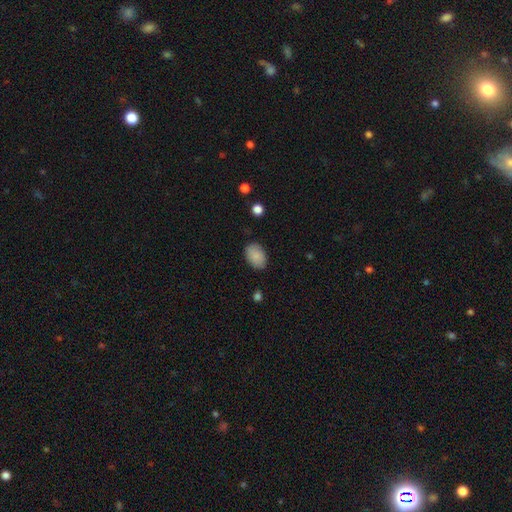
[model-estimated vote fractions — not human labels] Overall: smooth (88%). How rounded: in between (84%). Merging: none (84%).